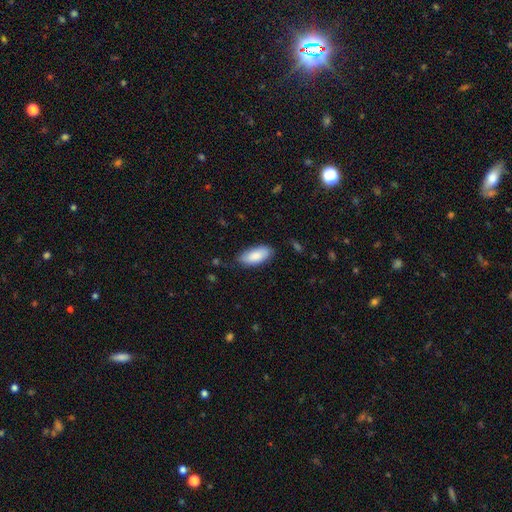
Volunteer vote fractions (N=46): Smooth or featured? 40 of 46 (87%) said smooth. How rounded? 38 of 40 (95%) said in between. Merging? 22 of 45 (49%) said minor disturbance.